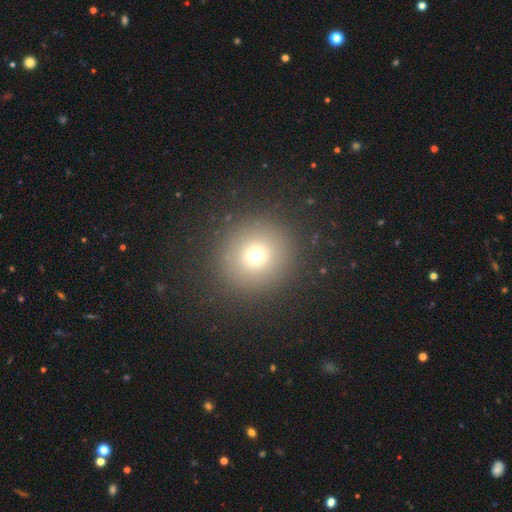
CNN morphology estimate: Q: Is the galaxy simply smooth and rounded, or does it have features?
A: smooth — 71%.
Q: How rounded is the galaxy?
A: round — 94%.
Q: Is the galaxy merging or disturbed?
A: none — 89%.